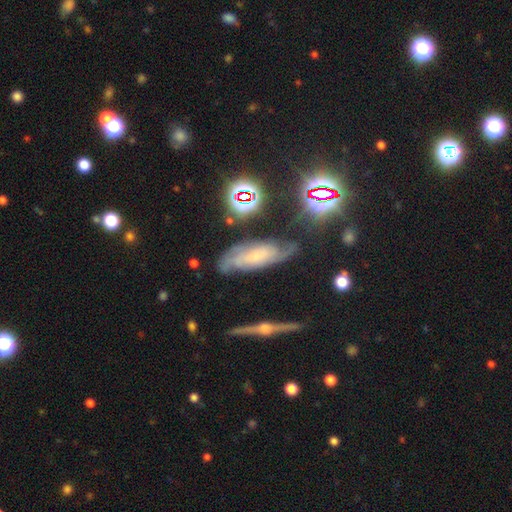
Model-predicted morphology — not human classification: A featured or disk galaxy (69%) with no bar (59%), 2 (57%) tight (49%) spiral arms (92%) and a small central bulge (51%).

Vote fractions:
- Smooth or featured? featured or disk: 69% / smooth: 17% / star or artifact: 14%
- Edge-on disk? no: 80% / yes: 20%
- Bar? no: 59% / weak: 29% / strong: 12%
- Spiral arms? yes: 92% / no: 8%
- Spiral winding? tight: 49% / medium: 37% / loose: 14%
- Spiral arm count? 2: 57% / can't tell: 24% / 3: 10% / 1: 4% / 4: 3% / more than 4: 3%
- Bulge size? small: 51% / moderate: 21% / none: 21% / large: 5% / dominant: 2%
- Merging? none: 69% / minor disturbance: 20% / major disturbance: 8% / merger: 4%